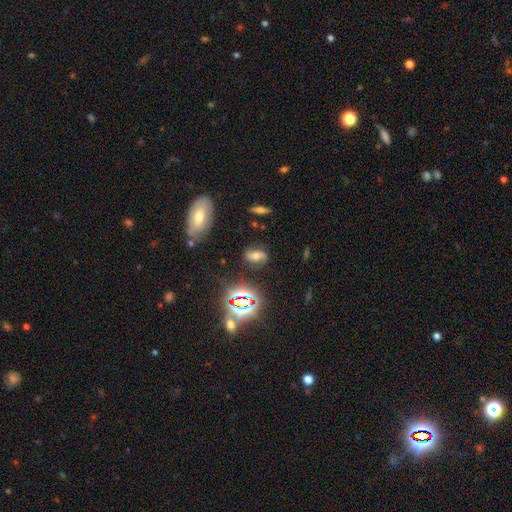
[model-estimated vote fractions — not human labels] This is marginally a smooth galaxy (41%). Merging: likely none (78%).